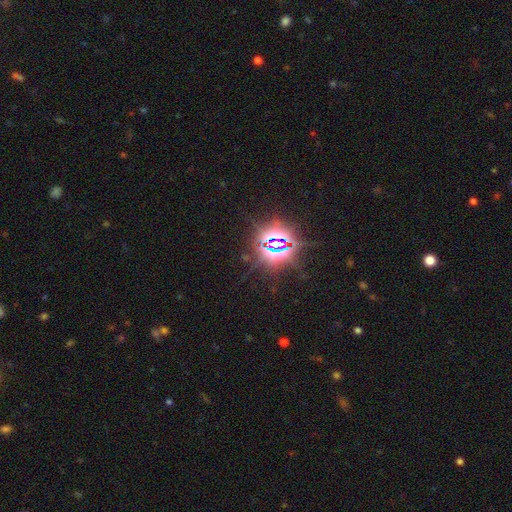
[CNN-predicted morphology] smooth-or-featured: star or artifact: 84% | smooth: 10% | featured or disk: 6%